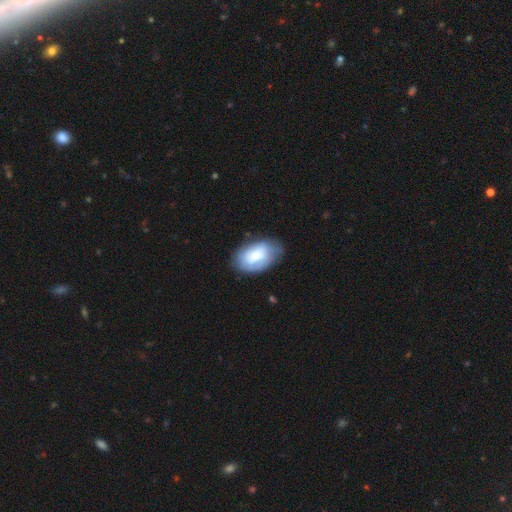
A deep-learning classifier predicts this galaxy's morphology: This is possibly a smooth galaxy (51%). How rounded: clearly in between (89%). Merging: likely none (66%).